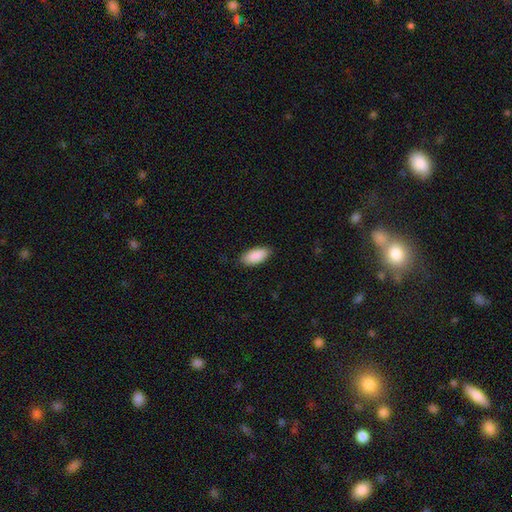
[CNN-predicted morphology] Q: Smooth or featured?
A: smooth (90%); runner-up: star or artifact (6%)
Q: How rounded?
A: in between (92%); runner-up: cigar-shaped (7%)
Q: Merging?
A: none (84%); runner-up: minor disturbance (12%)